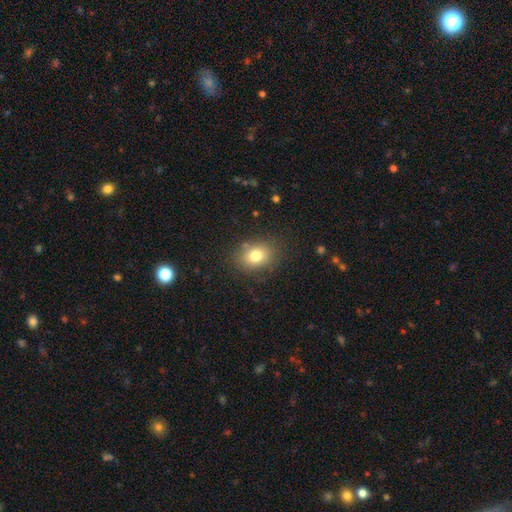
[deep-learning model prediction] Smooth or featured? smooth (78%)
How rounded? in between (53%)
Merging? none (82%)